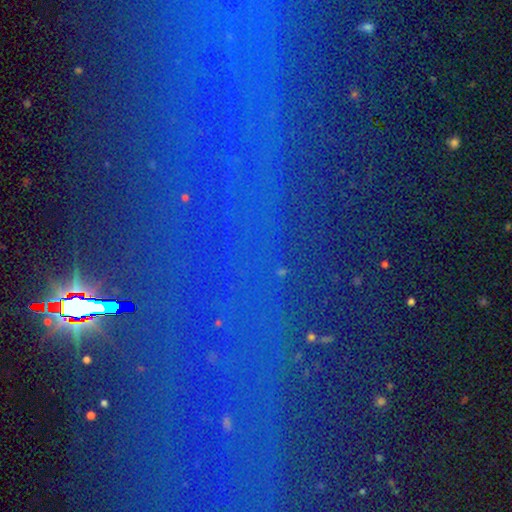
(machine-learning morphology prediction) This is clearly a star or artifact rather than a galaxy (82%).